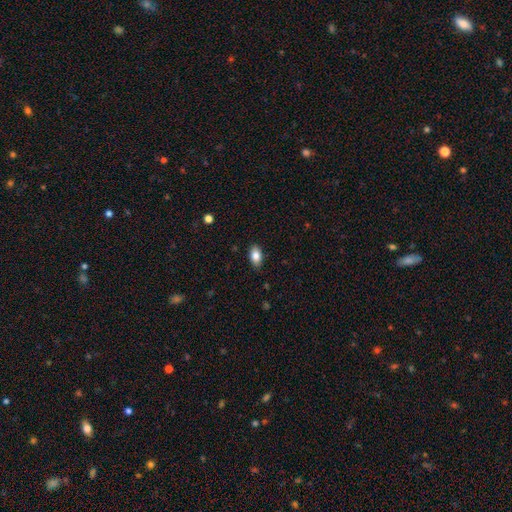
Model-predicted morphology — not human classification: The model was most divided on "smooth or featured": smooth: 84%, featured or disk: 8%, star or artifact: 8%. More confident: how rounded — in between (91%); merging — none (87%).